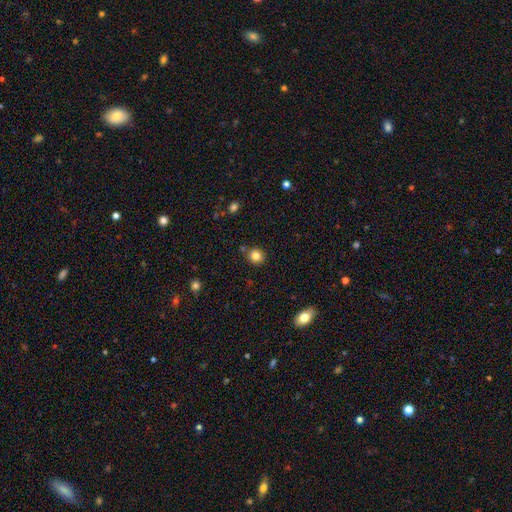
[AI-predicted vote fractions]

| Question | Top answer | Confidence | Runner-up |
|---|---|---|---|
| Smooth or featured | smooth | 82% | star or artifact (12%) |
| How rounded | round | 88% | in between (11%) |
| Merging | none | 83% | minor disturbance (9%) |